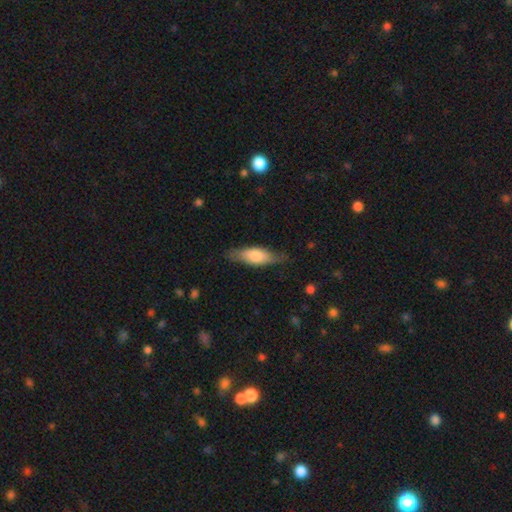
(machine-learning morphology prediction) This is likely a smooth galaxy (71%). How rounded: likely in between (61%). Merging: likely none (74%).